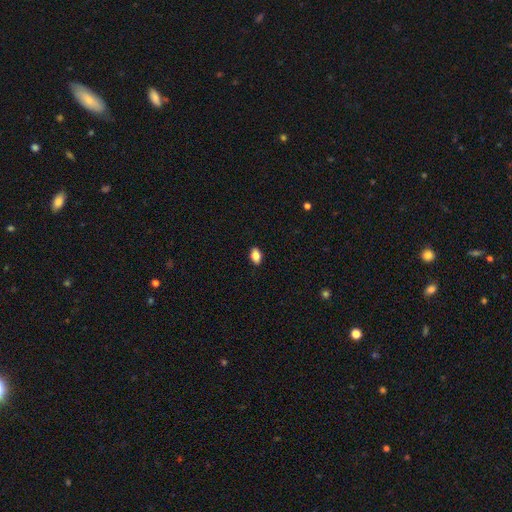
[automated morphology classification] smooth_or_featured: smooth (p=0.87) [alt: star or artifact p=0.08]
how_rounded: in between (p=0.88) [alt: round p=0.10]
merging: none (p=0.89) [alt: minor disturbance p=0.08]